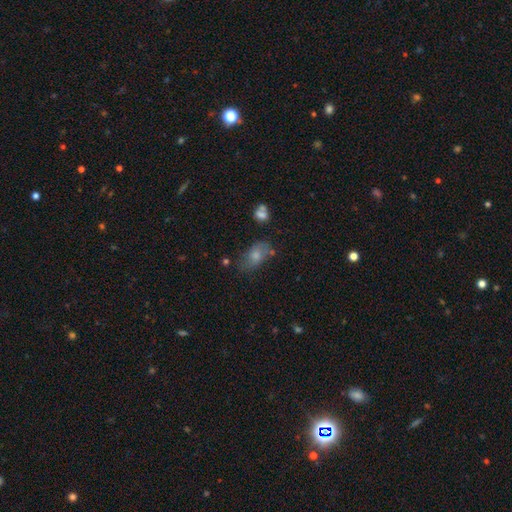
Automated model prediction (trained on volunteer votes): A smooth galaxy with no disk features (59%) that is in between round and cigar-shaped (81%).

Vote fractions:
- Smooth or featured? smooth: 59% / featured or disk: 22% / star or artifact: 19%
- How rounded? in between: 81% / round: 15% / cigar-shaped: 5%
- Merging? none: 67% / minor disturbance: 20% / major disturbance: 7% / merger: 6%